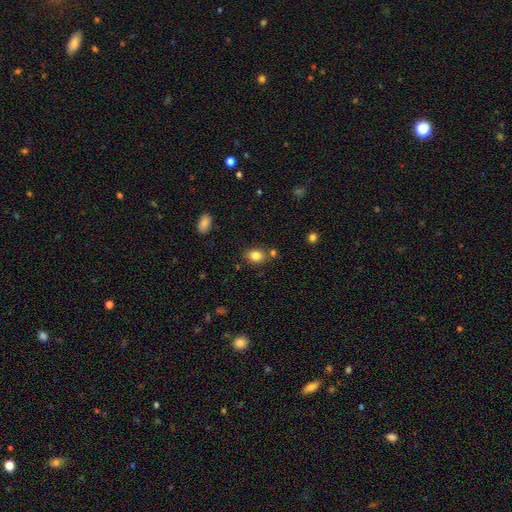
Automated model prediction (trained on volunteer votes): This is clearly a smooth galaxy (83%). How rounded: likely in between (67%). Merging: likely none (75%).